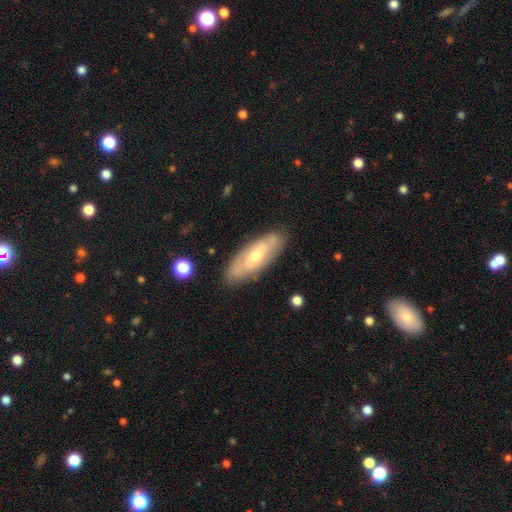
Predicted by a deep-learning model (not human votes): A featured or disk galaxy (62%). Merging: none (83%).